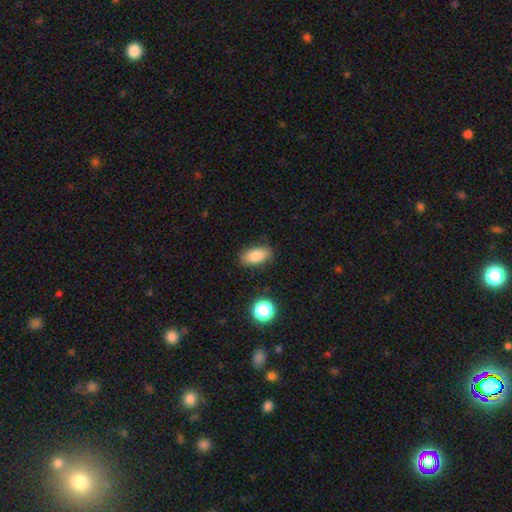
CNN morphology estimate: Q: Smooth or featured?
A: smooth (84%); runner-up: star or artifact (8%)
Q: How rounded?
A: in between (88%); runner-up: cigar-shaped (7%)
Q: Merging?
A: none (86%); runner-up: minor disturbance (10%)